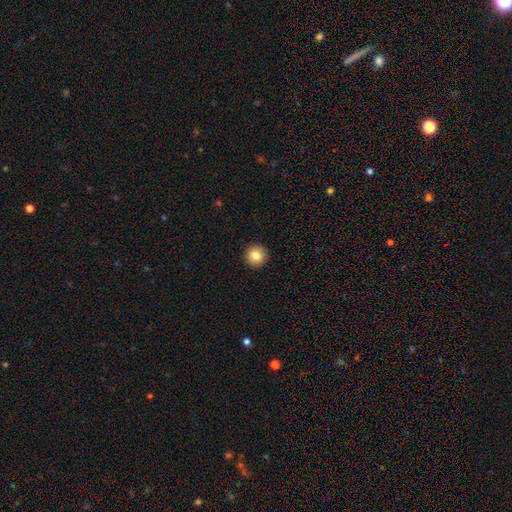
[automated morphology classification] smooth_or_featured: smooth (p=0.83) [alt: star or artifact p=0.10]
how_rounded: round (p=0.96) [alt: in between p=0.03]
merging: none (p=0.94) [alt: minor disturbance p=0.04]